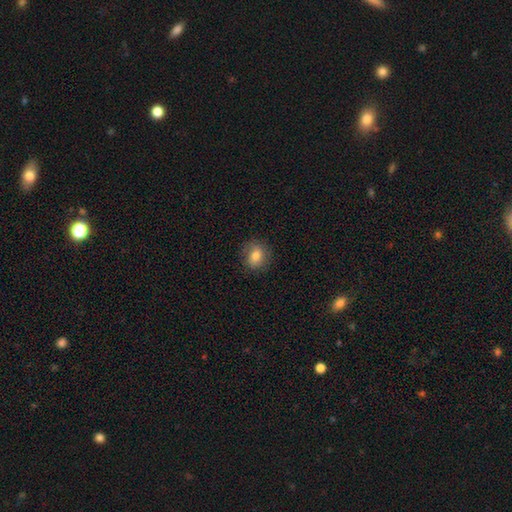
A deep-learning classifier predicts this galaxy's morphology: smooth-or-featured: smooth: 75% | featured or disk: 15% | star or artifact: 10%
  how-rounded: round: 70% | in between: 29% | cigar-shaped: 1%
  merging: none: 83% | minor disturbance: 12% | major disturbance: 4% | merger: 1%